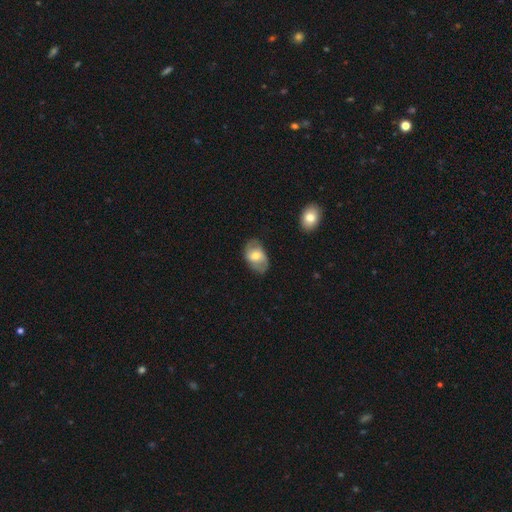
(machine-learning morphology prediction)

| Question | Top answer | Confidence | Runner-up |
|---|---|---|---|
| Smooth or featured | featured or disk | 49% | smooth (44%) |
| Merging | none | 70% | minor disturbance (21%) |